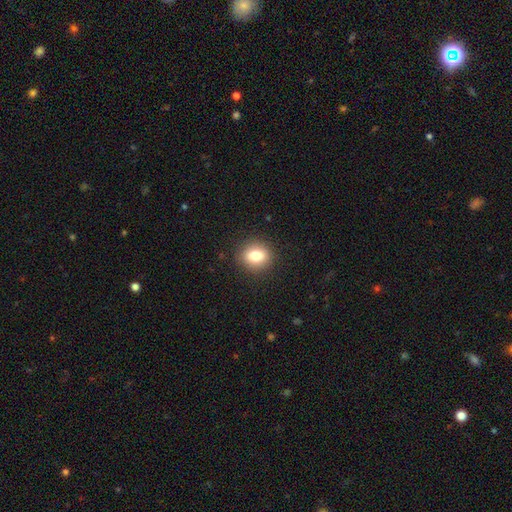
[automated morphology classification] A smooth galaxy with no disk features (79%) that is round (63%). Merging: none (89%).